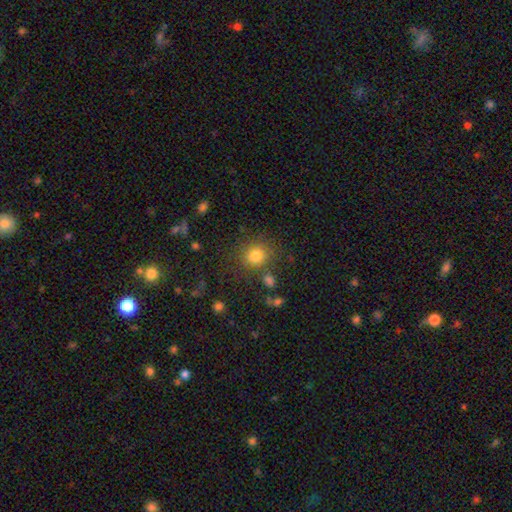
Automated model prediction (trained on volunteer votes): Smooth or featured? Predicted: smooth (p=0.80). How rounded? Predicted: round (p=0.82). Merging? Predicted: none (p=0.78).